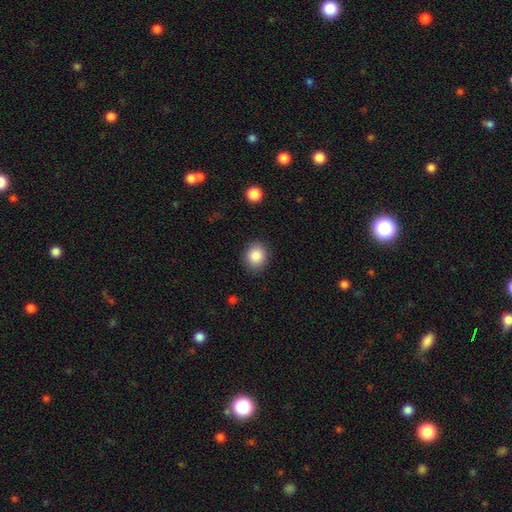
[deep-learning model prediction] Smooth or featured? Predicted: smooth (p=0.87). How rounded? Predicted: round (p=0.67). Merging? Predicted: none (p=0.88).